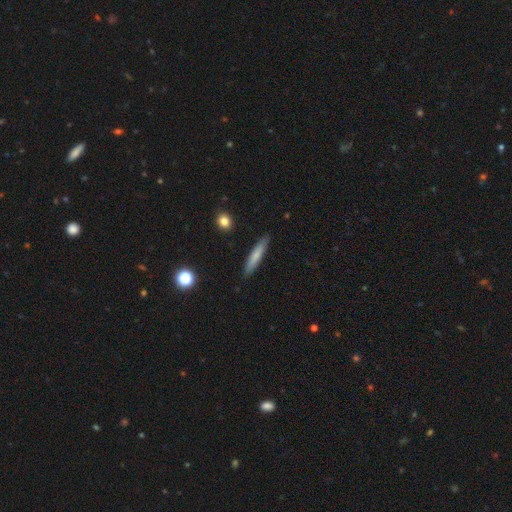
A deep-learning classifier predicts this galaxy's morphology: Smooth or featured?
  - smooth: 72% *
  - featured or disk: 21%
  - star or artifact: 7%
How rounded?
  - cigar-shaped: 91% *
  - in between: 7%
  - round: 1%
Merging?
  - none: 89% *
  - minor disturbance: 8%
  - major disturbance: 2%
  - merger: 1%